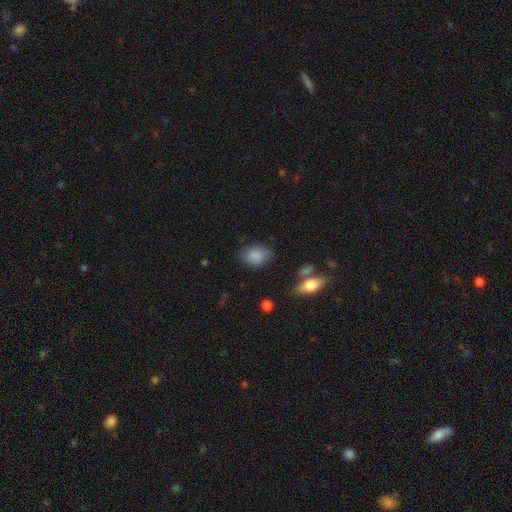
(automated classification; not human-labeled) Morphology: type=smooth (85%); roundness=in between (67%); merging=none (72%).